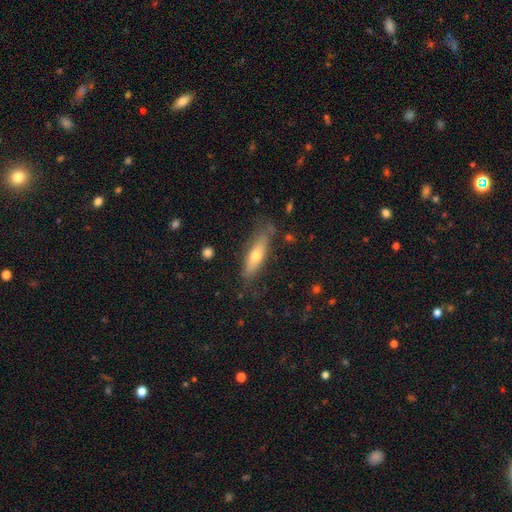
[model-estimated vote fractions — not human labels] Overall: smooth (56%; featured or disk 37%). How rounded: cigar-shaped (58%; in between 40%). Merging: none (72%).